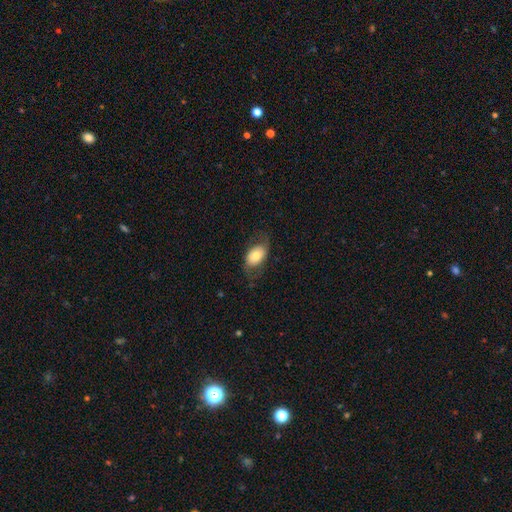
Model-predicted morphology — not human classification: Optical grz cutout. It shows a smooth galaxy with no disk features (63%) that is in between round and cigar-shaped (85%). Merging: none (64%).